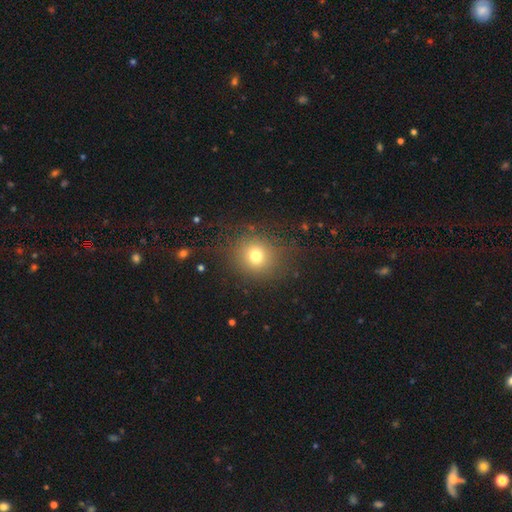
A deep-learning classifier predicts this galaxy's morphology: Smooth or featured? Predicted: smooth (p=0.73). How rounded? Predicted: round (p=0.85). Merging? Predicted: none (p=0.80).